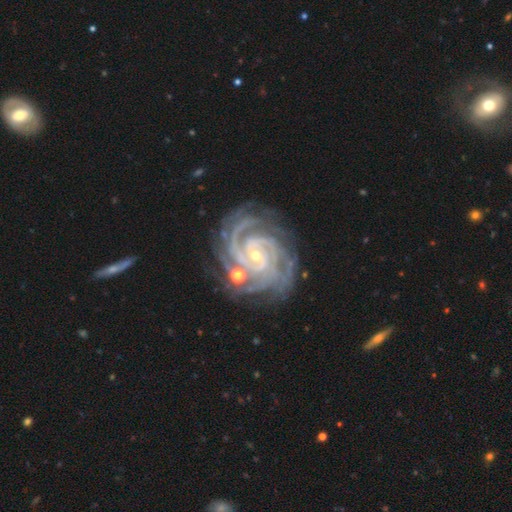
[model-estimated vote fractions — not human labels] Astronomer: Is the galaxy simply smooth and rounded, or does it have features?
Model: featured or disk — 92%.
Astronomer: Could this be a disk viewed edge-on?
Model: no — 98%.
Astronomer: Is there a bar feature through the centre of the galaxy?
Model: no — 54% (runner-up: weak, 30%).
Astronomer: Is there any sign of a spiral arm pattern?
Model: yes — 99%.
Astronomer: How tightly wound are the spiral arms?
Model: tight — 76%.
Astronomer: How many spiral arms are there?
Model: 4 — 28% (runner-up: 3, 25%).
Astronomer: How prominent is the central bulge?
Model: small — 78%.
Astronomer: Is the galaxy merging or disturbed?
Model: none — 69%.